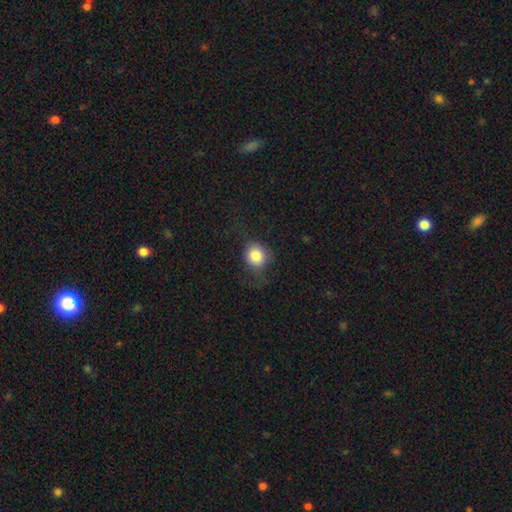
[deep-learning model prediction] Smooth or featured?
  - smooth: 79% *
  - featured or disk: 11%
  - star or artifact: 10%
How rounded?
  - round: 83% *
  - in between: 16%
  - cigar-shaped: 1%
Merging?
  - none: 60% *
  - minor disturbance: 23%
  - major disturbance: 15%
  - merger: 1%